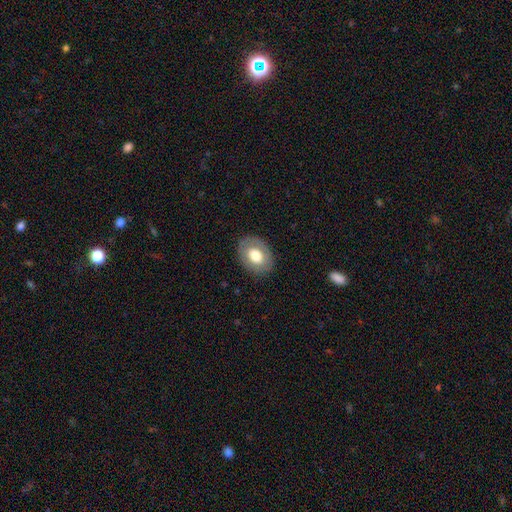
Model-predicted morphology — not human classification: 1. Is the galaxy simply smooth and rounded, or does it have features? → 64% smooth, 29% featured or disk, 7% star or artifact.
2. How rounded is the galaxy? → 73% in between, 26% round, 1% cigar-shaped.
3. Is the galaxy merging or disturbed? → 84% none, 11% minor disturbance, 4% major disturbance, 1% merger.